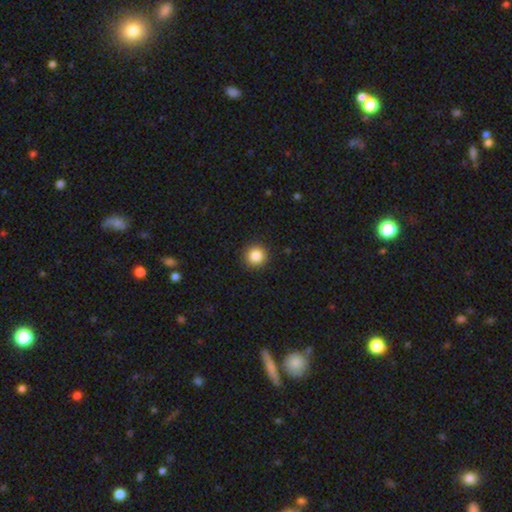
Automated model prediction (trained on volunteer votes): smooth-or-featured: smooth: 86% | star or artifact: 10% | featured or disk: 4%
  how-rounded: round: 95% | in between: 4% | cigar-shaped: 1%
  merging: none: 92% | minor disturbance: 5% | major disturbance: 2% | merger: 1%